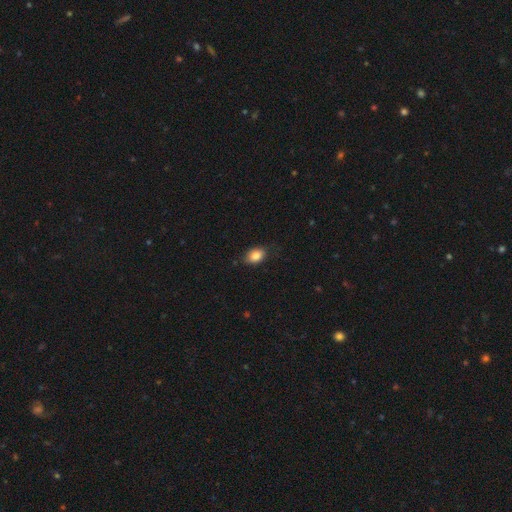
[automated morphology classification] Smooth or featured? Predicted: smooth (p=0.85). How rounded? Predicted: in between (p=0.78). Merging? Predicted: none (p=0.77).